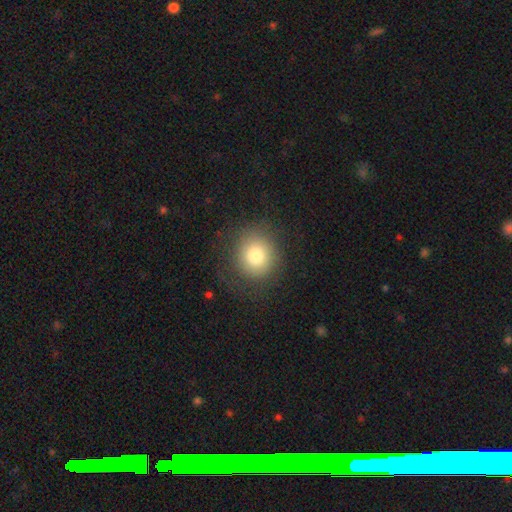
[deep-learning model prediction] smooth 78%, featured or disk 11%, star or artifact 11%. Down the decision tree: how rounded — round (88%); merging — none (80%).